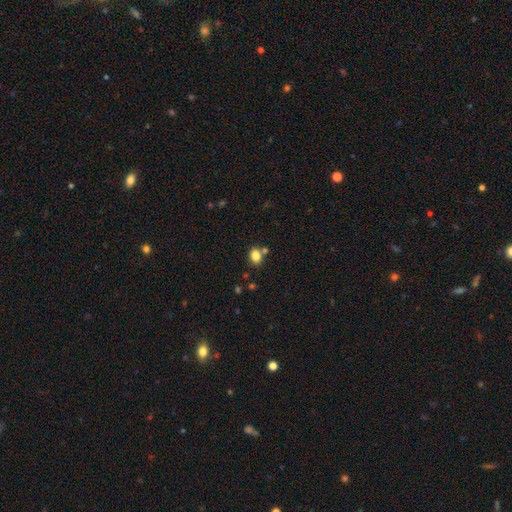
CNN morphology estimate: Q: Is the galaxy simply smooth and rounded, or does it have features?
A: smooth — 83%.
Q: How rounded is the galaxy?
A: in between — 58%.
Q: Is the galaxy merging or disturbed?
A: none — 69%.